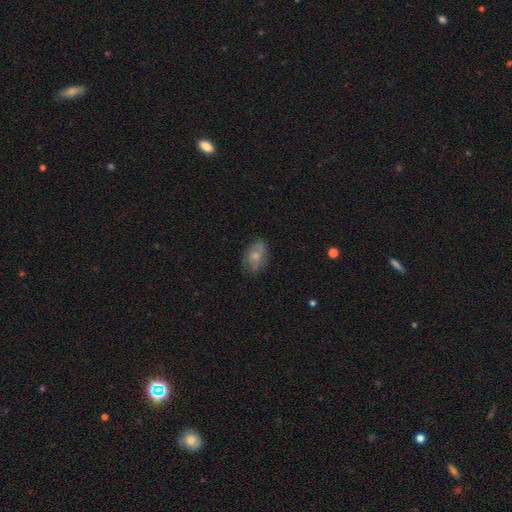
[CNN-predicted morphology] Smooth or featured?
  - smooth: 67% *
  - featured or disk: 25%
  - star or artifact: 8%
How rounded?
  - in between: 83% *
  - round: 16%
  - cigar-shaped: 2%
Merging?
  - none: 73% *
  - minor disturbance: 21%
  - major disturbance: 5%
  - merger: 1%